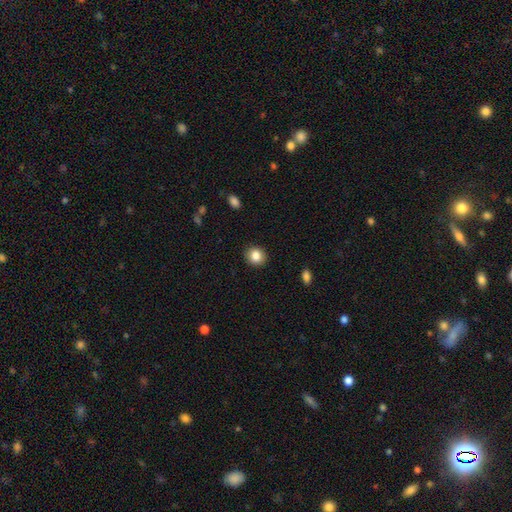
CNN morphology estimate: This is clearly a smooth galaxy (85%). How rounded: likely round (78%). Merging: clearly none (90%).